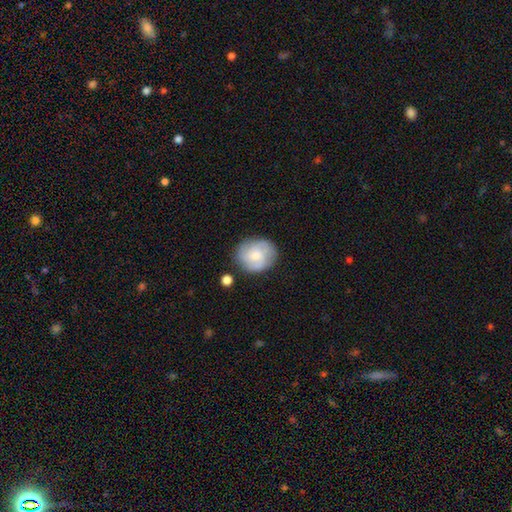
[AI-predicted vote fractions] featured or disk 51%, smooth 41%, star or artifact 7%. Down the decision tree: edge-on disk — no (98%); bar — no (71%); spiral arms — yes (88%); bulge size — small (50%); merging — none (77%).